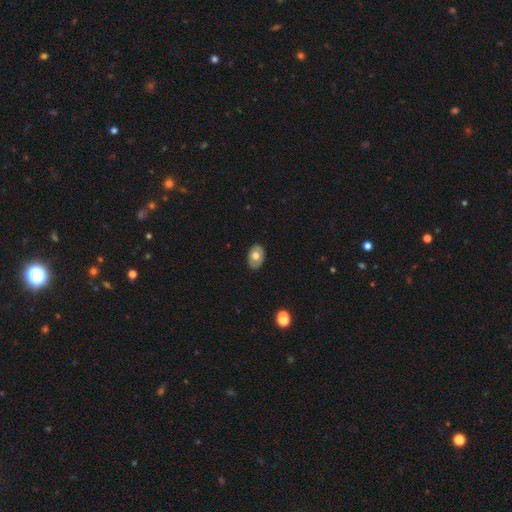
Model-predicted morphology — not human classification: This appears to be a smooth galaxy with no disk features (65%) that is in between round and cigar-shaped (83%). Merging: none (87%).